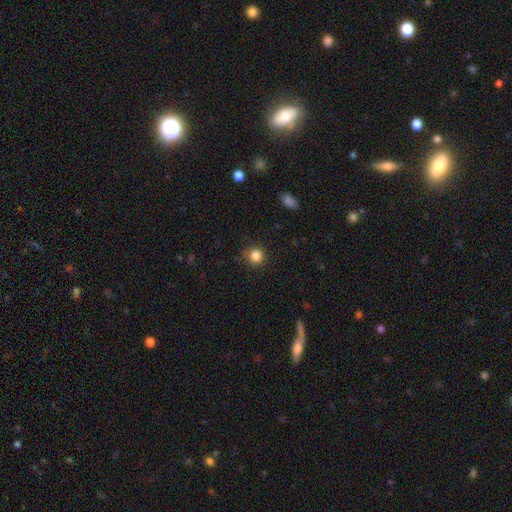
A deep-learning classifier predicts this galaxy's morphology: A smooth galaxy with no disk features (84%) that is round (91%).

Vote fractions:
- Smooth or featured? smooth: 84% / star or artifact: 12% / featured or disk: 4%
- How rounded? round: 91% / in between: 8% / cigar-shaped: 1%
- Merging? none: 86% / minor disturbance: 10% / major disturbance: 3% / merger: 1%